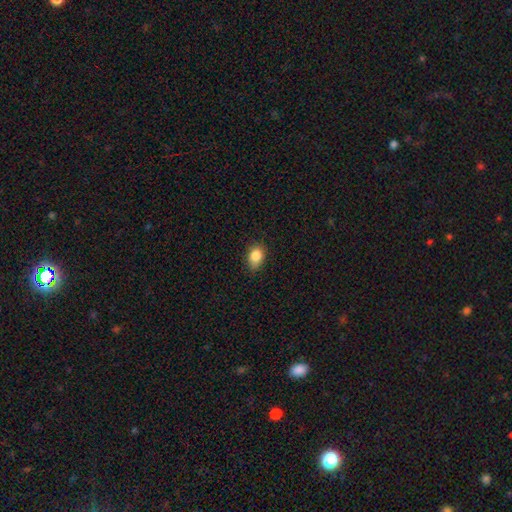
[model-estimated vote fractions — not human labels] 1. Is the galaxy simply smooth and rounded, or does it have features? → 85% smooth, 9% star or artifact, 6% featured or disk.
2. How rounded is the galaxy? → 70% in between, 28% round, 1% cigar-shaped.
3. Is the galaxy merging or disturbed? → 76% none, 20% minor disturbance, 3% major disturbance, 1% merger.